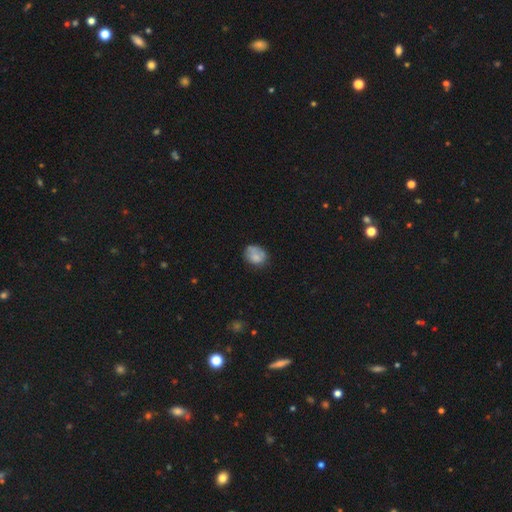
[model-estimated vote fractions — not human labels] Q: Smooth or featured?
A: smooth (69%); runner-up: featured or disk (22%)
Q: How rounded?
A: in between (50%); runner-up: round (49%)
Q: Merging?
A: none (52%); runner-up: minor disturbance (29%)